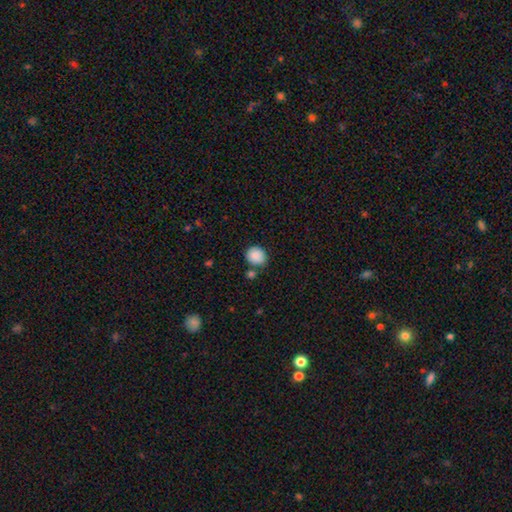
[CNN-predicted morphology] This appears to be a smooth galaxy with no disk features (88%) that is round (75%). Merging: none (71%).